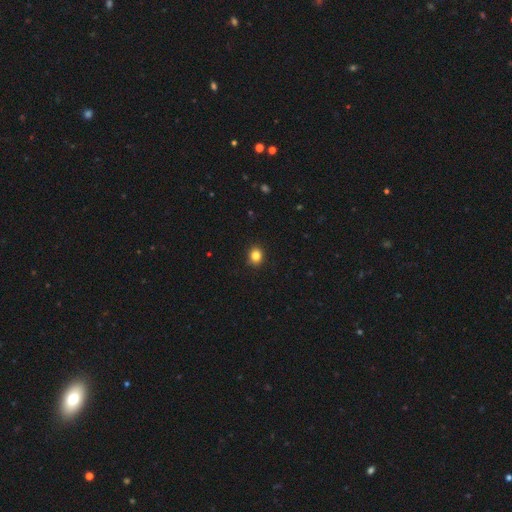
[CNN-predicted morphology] smooth 84%, star or artifact 12%, featured or disk 4%. Down the decision tree: how rounded — round (74%); merging — none (90%).